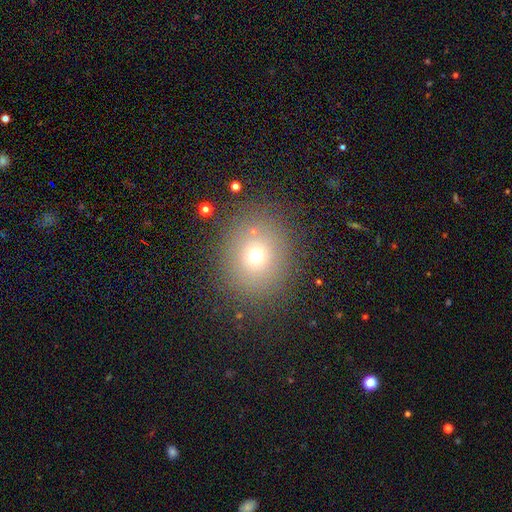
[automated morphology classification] Smooth or featured? Predicted: smooth (p=0.68). How rounded? Predicted: round (p=0.77). Merging? Predicted: none (p=0.82).